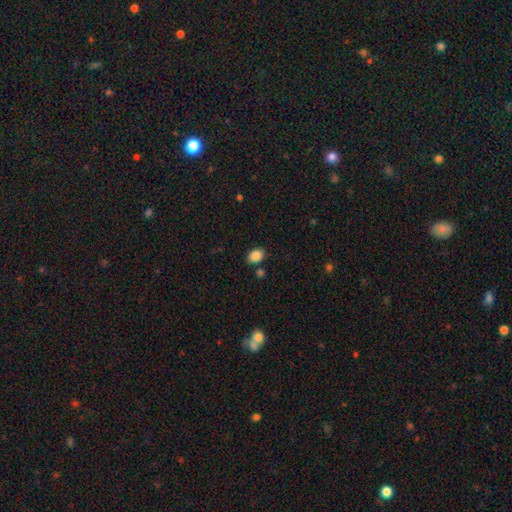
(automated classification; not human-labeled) This is clearly a smooth galaxy (87%). How rounded: likely in between (77%). Merging: likely none (80%).